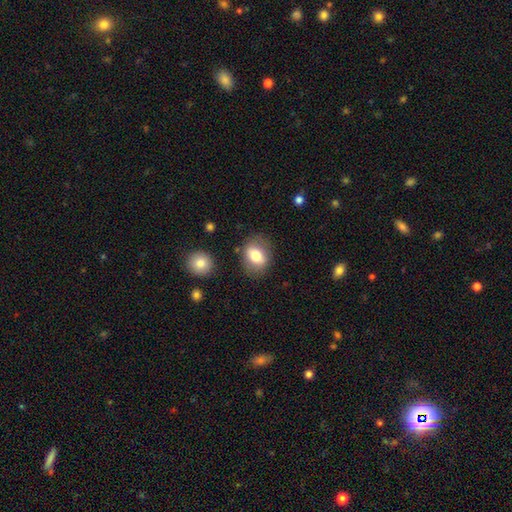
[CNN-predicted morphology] smooth_or_featured: smooth (p=0.74) [alt: featured or disk p=0.18]
how_rounded: in between (p=0.64) [alt: round p=0.34]
merging: none (p=0.78) [alt: minor disturbance p=0.14]